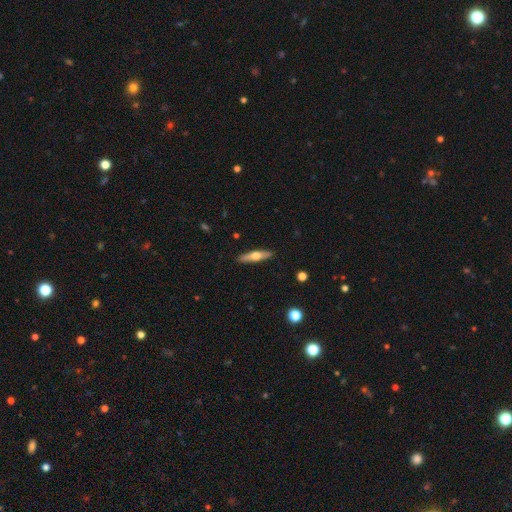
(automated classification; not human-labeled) Morphology: type=featured or disk (50%); merging=none (90%).